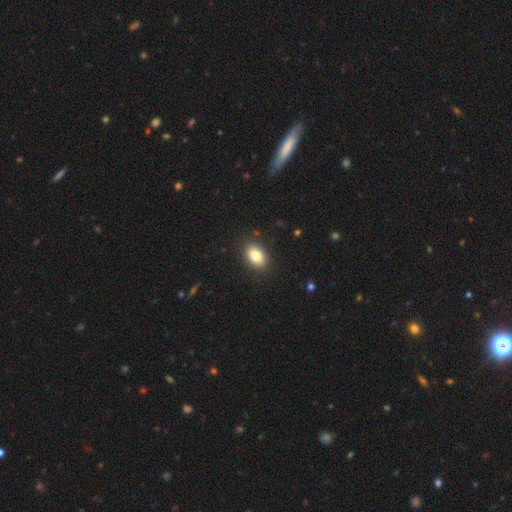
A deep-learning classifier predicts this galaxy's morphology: This appears to be a smooth galaxy with no disk features (81%) that is in between round and cigar-shaped (84%). Merging: none (87%).